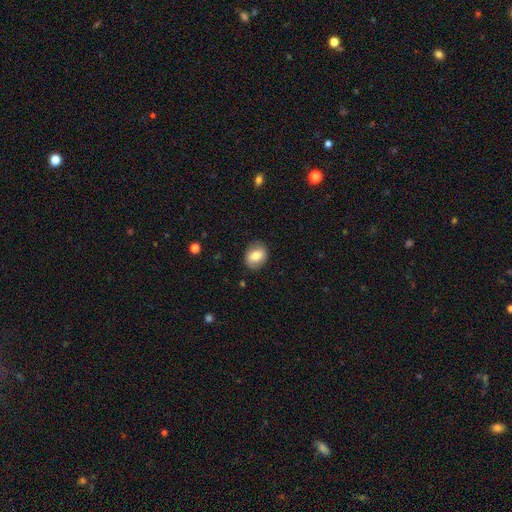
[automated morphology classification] The model was most divided on "how rounded": in between: 51%, round: 48%, cigar-shaped: 1%. More confident: merging — none (85%); smooth or featured — smooth (77%).